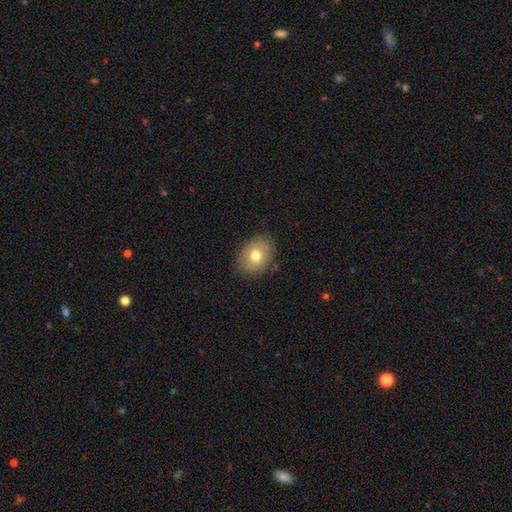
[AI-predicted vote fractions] Morphology: type=smooth (73%); roundness=round (55%); merging=none (84%).